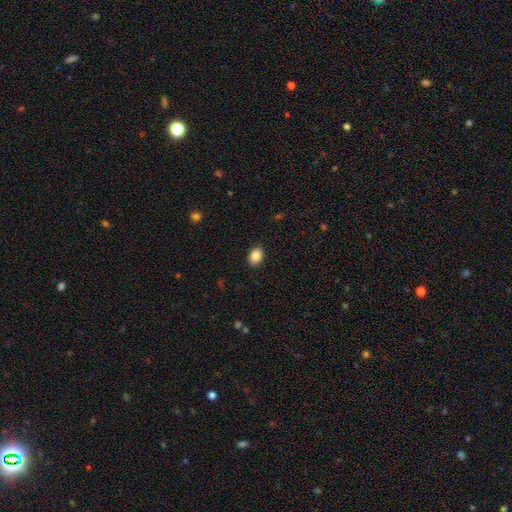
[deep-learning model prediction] smooth-or-featured: smooth: 87% | star or artifact: 8% | featured or disk: 5%
  how-rounded: in between: 76% | round: 23% | cigar-shaped: 1%
  merging: none: 90% | minor disturbance: 8% | major disturbance: 2% | merger: 1%